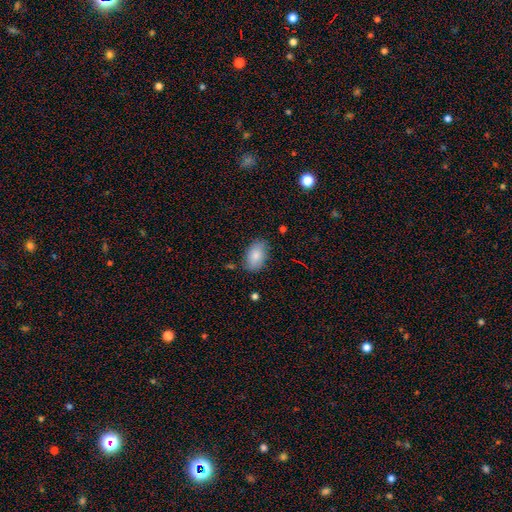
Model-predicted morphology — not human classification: type=smooth (84%); roundness=in between (91%); merging=none (79%).